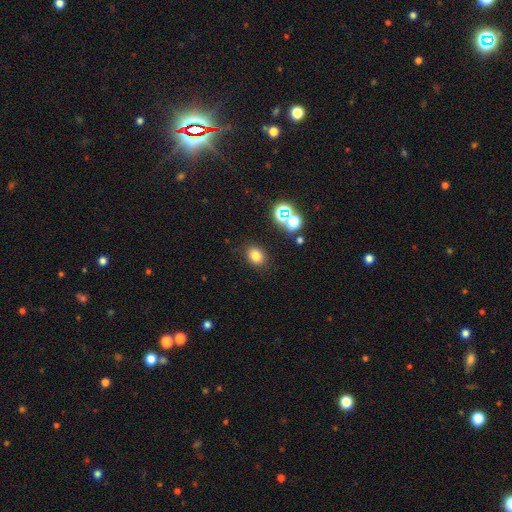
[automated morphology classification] A smooth galaxy with no disk features (77%) that is in between round and cigar-shaped (53%). Merging: none (85%).